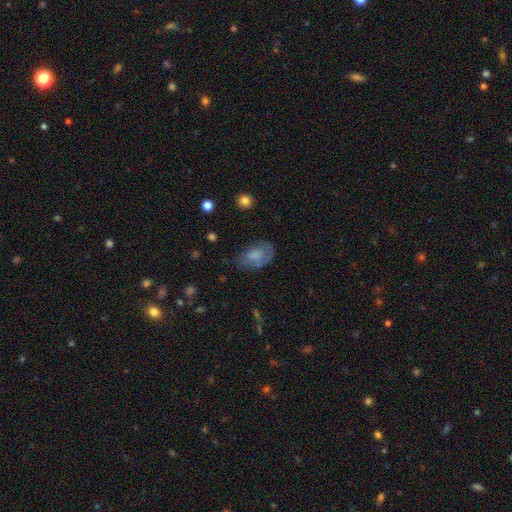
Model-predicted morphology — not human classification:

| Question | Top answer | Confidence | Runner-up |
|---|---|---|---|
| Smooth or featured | smooth | 69% | featured or disk (23%) |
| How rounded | in between | 90% | round (9%) |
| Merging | none | 56% | minor disturbance (29%) |